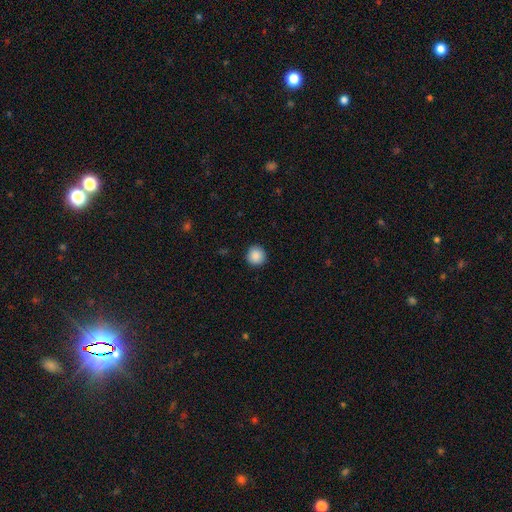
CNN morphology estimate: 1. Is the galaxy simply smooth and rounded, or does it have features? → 89% smooth, 8% star or artifact, 3% featured or disk.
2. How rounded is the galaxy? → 95% round, 4% in between, 1% cigar-shaped.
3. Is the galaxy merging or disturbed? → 92% none, 5% minor disturbance, 2% major disturbance, 1% merger.